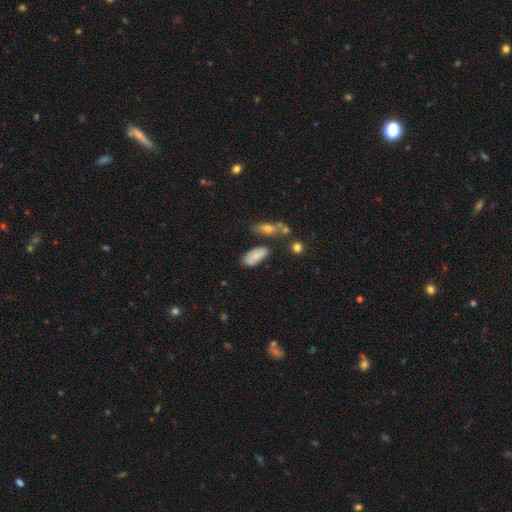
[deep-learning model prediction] Smooth or featured: smooth — 78% (featured or disk — 15%)
How rounded: in between — 90% (cigar-shaped — 7%)
Merging: none — 62% (minor disturbance — 21%)